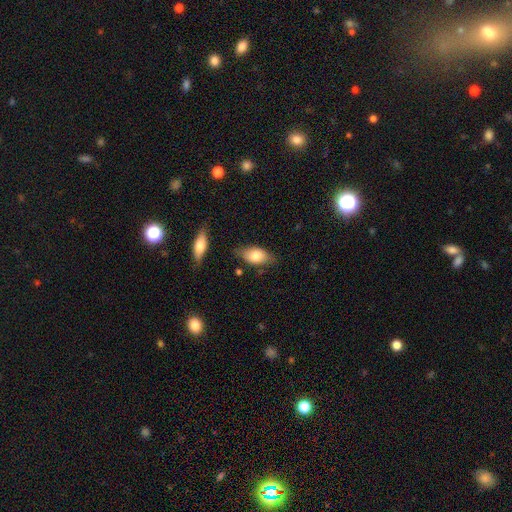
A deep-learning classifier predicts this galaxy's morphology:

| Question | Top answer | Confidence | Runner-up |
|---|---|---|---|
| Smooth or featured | smooth | 78% | featured or disk (16%) |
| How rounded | in between | 90% | round (5%) |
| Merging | none | 73% | minor disturbance (19%) |